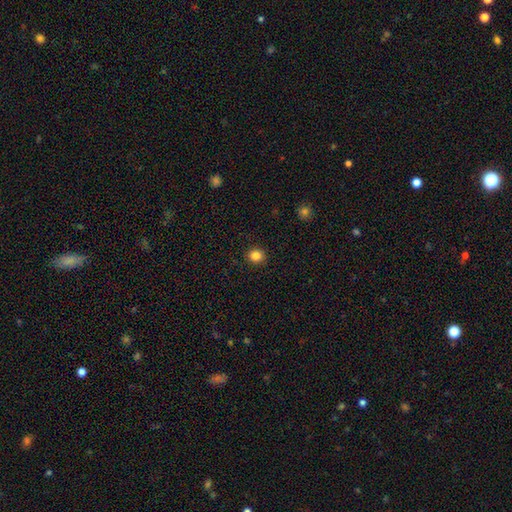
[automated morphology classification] smooth_or_featured: smooth (p=0.84) [alt: star or artifact p=0.11]
how_rounded: round (p=0.84) [alt: in between p=0.15]
merging: none (p=0.92) [alt: minor disturbance p=0.06]